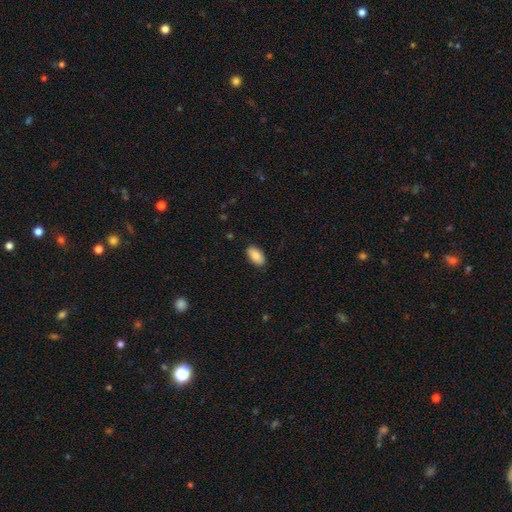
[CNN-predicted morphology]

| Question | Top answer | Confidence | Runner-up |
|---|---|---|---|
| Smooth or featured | smooth | 86% | featured or disk (8%) |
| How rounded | in between | 94% | round (3%) |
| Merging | none | 87% | minor disturbance (10%) |